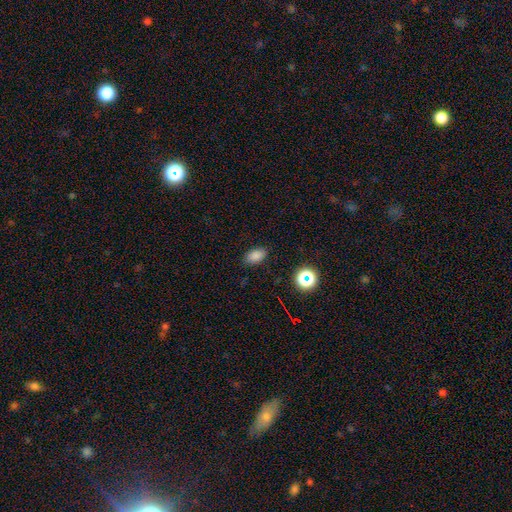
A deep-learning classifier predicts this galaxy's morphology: smooth_or_featured: smooth (p=0.81) [alt: star or artifact p=0.13]
how_rounded: in between (p=0.89) [alt: round p=0.09]
merging: none (p=0.84) [alt: minor disturbance p=0.12]